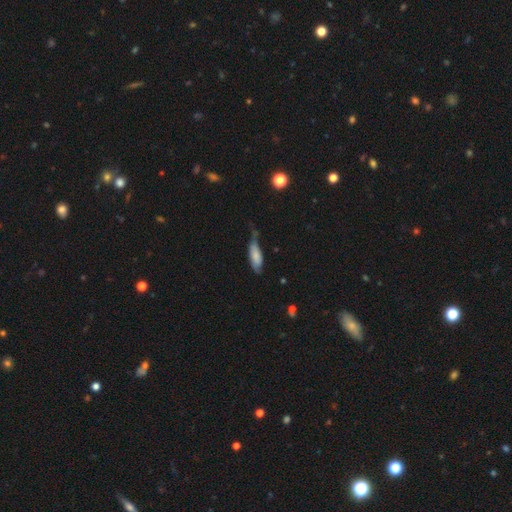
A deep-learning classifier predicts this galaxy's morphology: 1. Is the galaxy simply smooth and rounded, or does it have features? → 75% smooth, 19% featured or disk, 6% star or artifact.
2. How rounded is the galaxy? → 66% in between, 32% cigar-shaped, 2% round.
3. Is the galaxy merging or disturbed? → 43% minor disturbance, 29% none, 22% major disturbance, 5% merger.